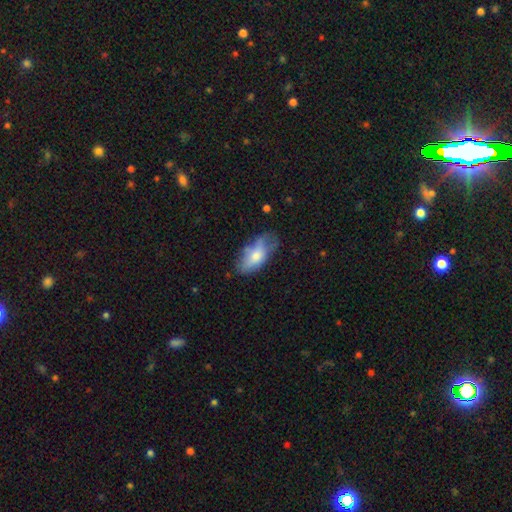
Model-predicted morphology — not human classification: Smooth or featured?
  - smooth: 67% *
  - featured or disk: 26%
  - star or artifact: 7%
How rounded?
  - in between: 90% *
  - cigar-shaped: 6%
  - round: 4%
Merging?
  - none: 45% *
  - minor disturbance: 33%
  - major disturbance: 17%
  - merger: 4%